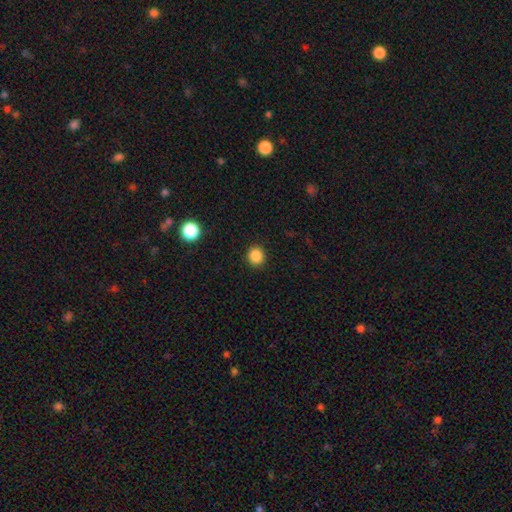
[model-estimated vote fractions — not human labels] smooth 86%, star or artifact 11%, featured or disk 3%. Down the decision tree: how rounded — round (86%); merging — none (91%).